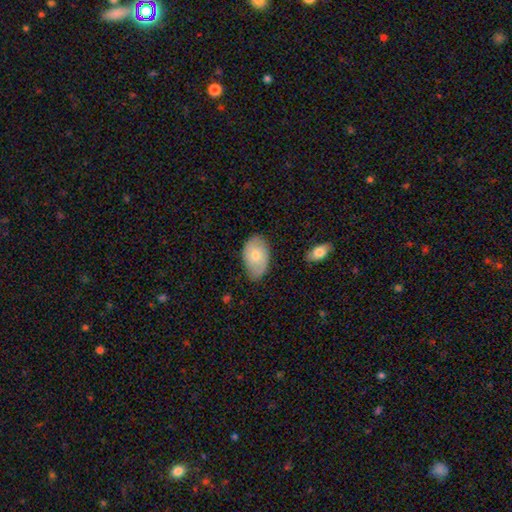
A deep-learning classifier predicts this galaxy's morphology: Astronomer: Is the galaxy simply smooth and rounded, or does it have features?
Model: smooth — 70%.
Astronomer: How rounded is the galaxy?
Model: in between — 91%.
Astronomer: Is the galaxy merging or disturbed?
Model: none — 69%.